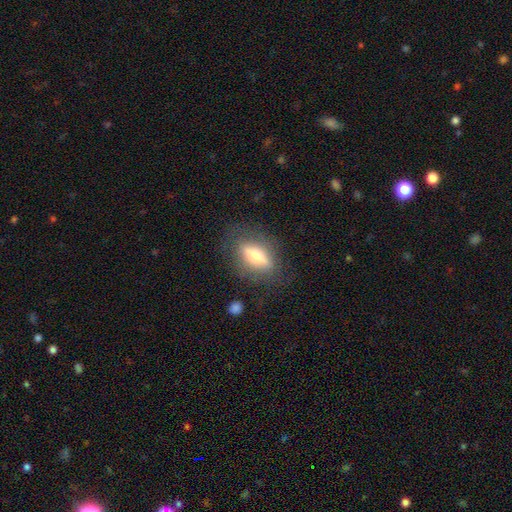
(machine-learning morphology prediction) Q: Smooth or featured?
A: featured or disk (47%); runner-up: smooth (46%)
Q: Merging?
A: none (79%); runner-up: minor disturbance (13%)